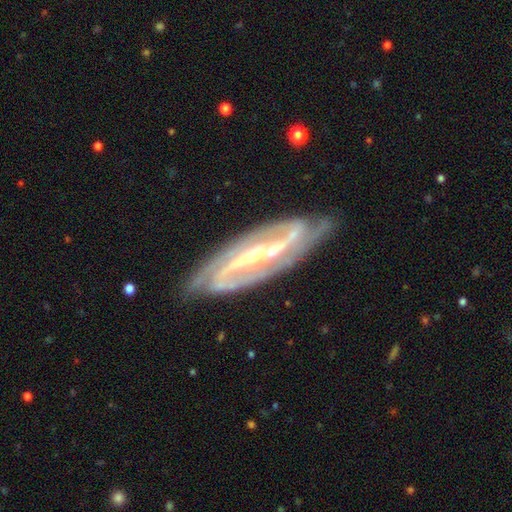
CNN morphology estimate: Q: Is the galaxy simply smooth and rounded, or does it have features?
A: featured or disk — 92%.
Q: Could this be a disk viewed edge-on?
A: no — 90%.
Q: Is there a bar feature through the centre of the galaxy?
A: strong — 67%.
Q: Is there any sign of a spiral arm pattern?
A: yes — 98%.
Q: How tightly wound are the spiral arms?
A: tight — 47%.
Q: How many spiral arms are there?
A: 2 — 73%.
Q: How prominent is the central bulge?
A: small — 61%.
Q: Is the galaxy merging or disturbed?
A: none — 80%.